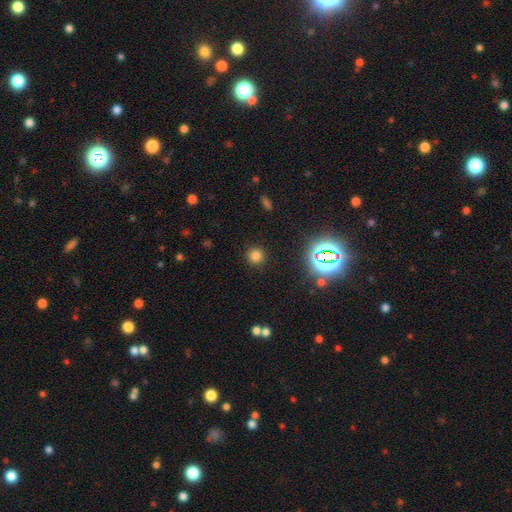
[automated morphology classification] Overall: smooth (74%). How rounded: round (93%). Merging: none (91%).